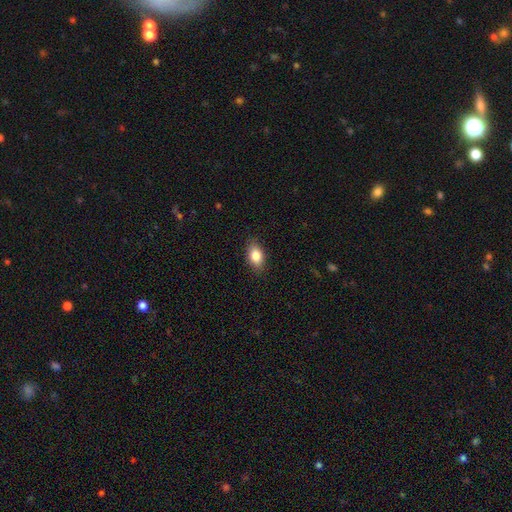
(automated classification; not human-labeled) Overall: smooth (83%). How rounded: in between (85%). Merging: none (86%).